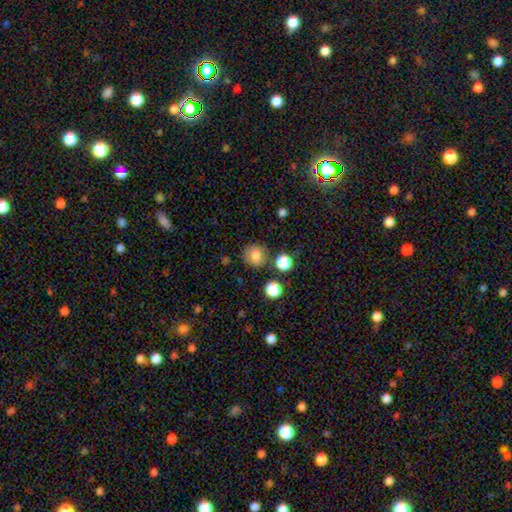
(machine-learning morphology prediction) smooth-or-featured: smooth: 78% | star or artifact: 12% | featured or disk: 10%
  how-rounded: round: 82% | in between: 17% | cigar-shaped: 1%
  merging: none: 77% | minor disturbance: 13% | merger: 6% | major disturbance: 4%